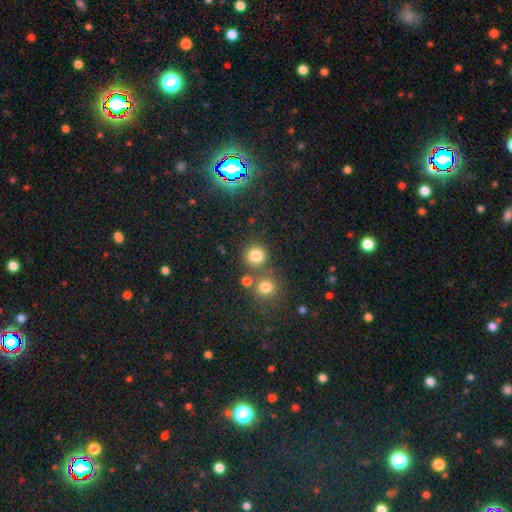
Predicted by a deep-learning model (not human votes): The model was most divided on "merging": none: 75%, merger: 14%, minor disturbance: 8%, major disturbance: 3%. More confident: how rounded — round (91%); smooth or featured — smooth (78%).